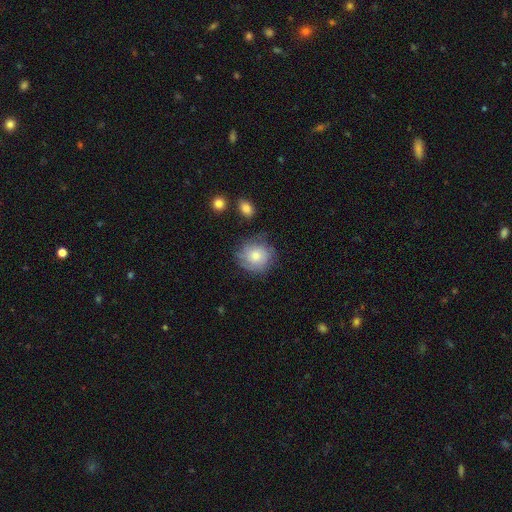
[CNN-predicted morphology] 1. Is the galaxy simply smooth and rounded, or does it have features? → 62% smooth, 30% featured or disk, 9% star or artifact.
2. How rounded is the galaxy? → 86% round, 13% in between, 1% cigar-shaped.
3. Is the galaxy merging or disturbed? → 68% none, 21% minor disturbance, 8% major disturbance, 2% merger.